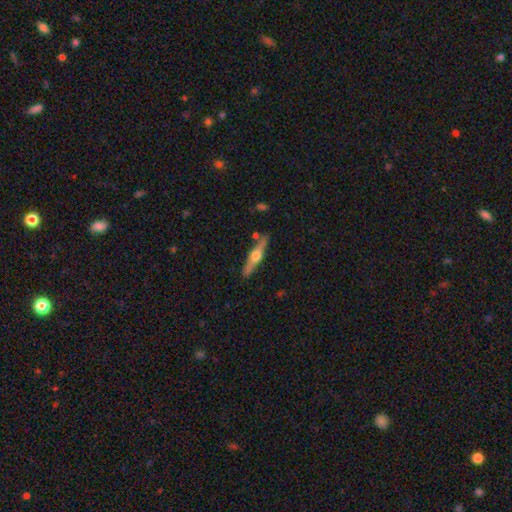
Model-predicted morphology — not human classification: featured or disk 65%, smooth 30%, star or artifact 5%. Down the decision tree: edge-on disk — yes (95%); edge-on bulge — rounded (94%); merging — none (85%).